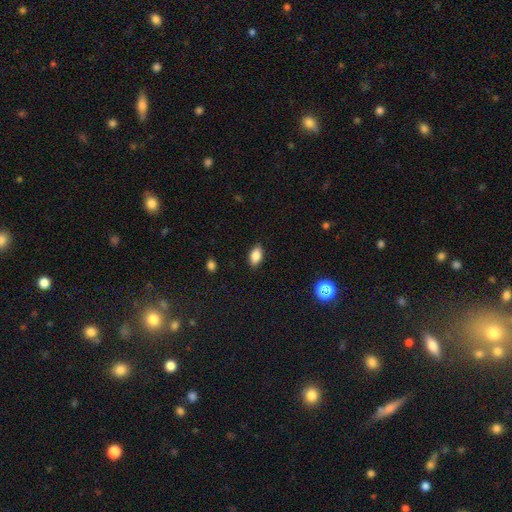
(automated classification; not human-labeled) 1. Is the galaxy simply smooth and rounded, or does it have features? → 84% smooth, 8% star or artifact, 7% featured or disk.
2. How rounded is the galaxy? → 90% in between, 6% round, 4% cigar-shaped.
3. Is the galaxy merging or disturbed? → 87% none, 10% minor disturbance, 2% major disturbance, 1% merger.